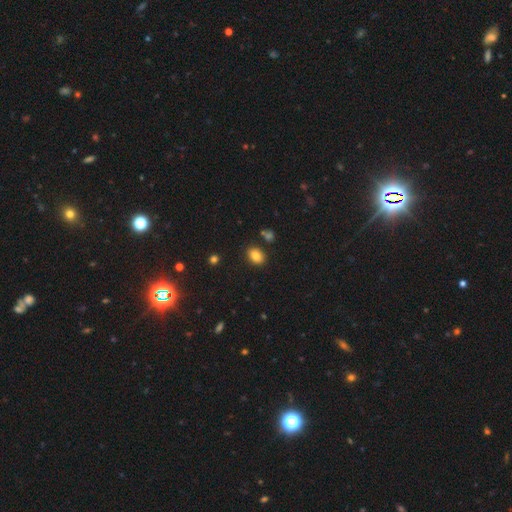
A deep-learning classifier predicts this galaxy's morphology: This is clearly a smooth galaxy (84%). How rounded: likely in between (69%). Merging: clearly none (84%).